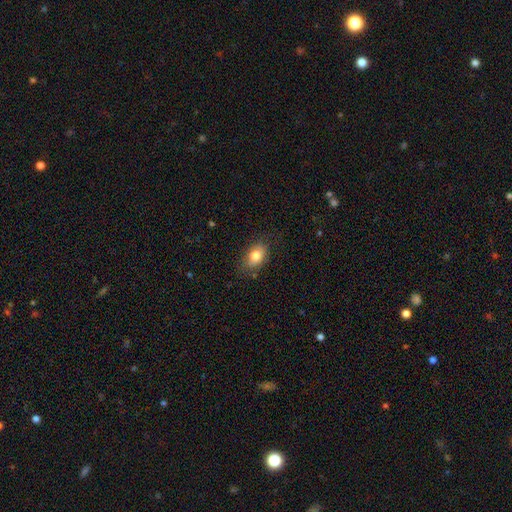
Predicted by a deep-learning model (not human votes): Smooth or featured? Predicted: smooth (p=0.80). How rounded? Predicted: in between (p=0.84). Merging? Predicted: none (p=0.76).